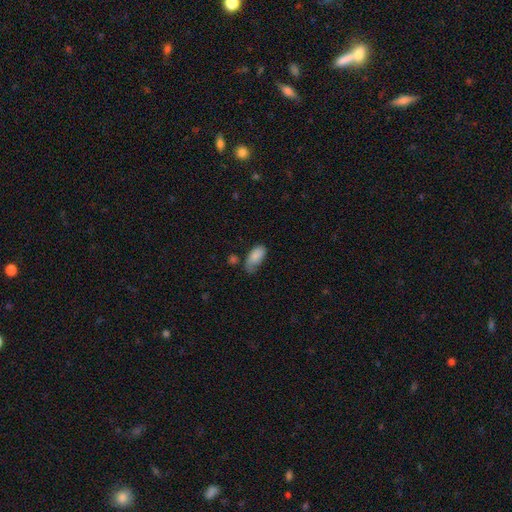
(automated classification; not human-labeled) A smooth galaxy with no disk features (83%) that is in between round and cigar-shaped (93%). Merging: none (42%).